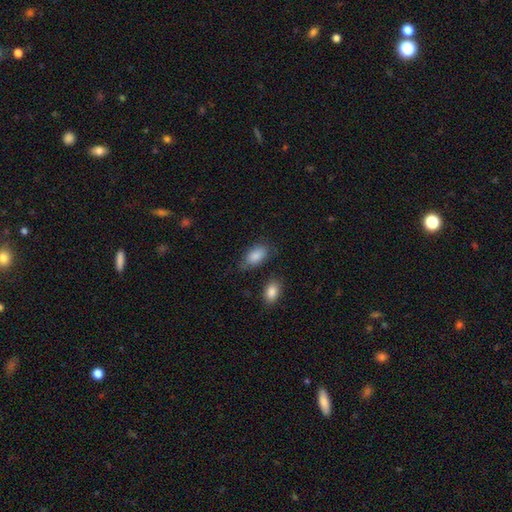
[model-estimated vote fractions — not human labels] Q: Smooth or featured?
A: smooth (86%); runner-up: featured or disk (7%)
Q: How rounded?
A: in between (93%); runner-up: round (4%)
Q: Merging?
A: none (63%); runner-up: minor disturbance (25%)